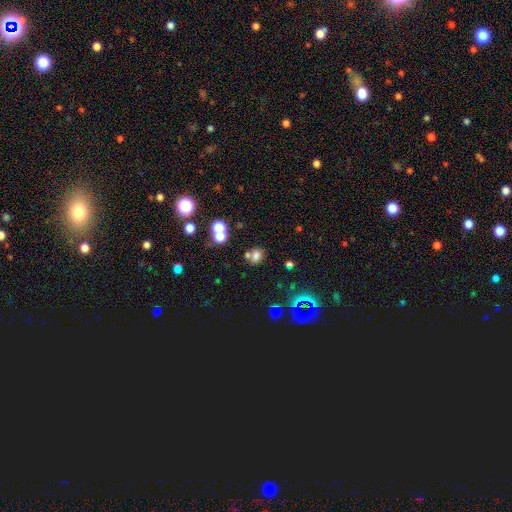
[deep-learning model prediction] This is likely a smooth galaxy (70%). How rounded: possibly in between (53%). Merging: possibly none (57%).